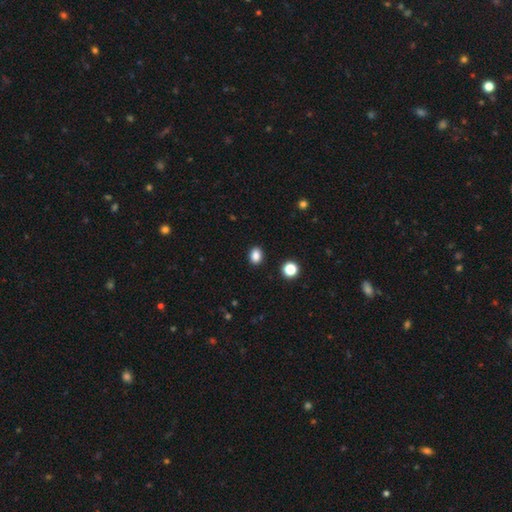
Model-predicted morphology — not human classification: type=smooth (86%); roundness=in between (63%); merging=none (90%).